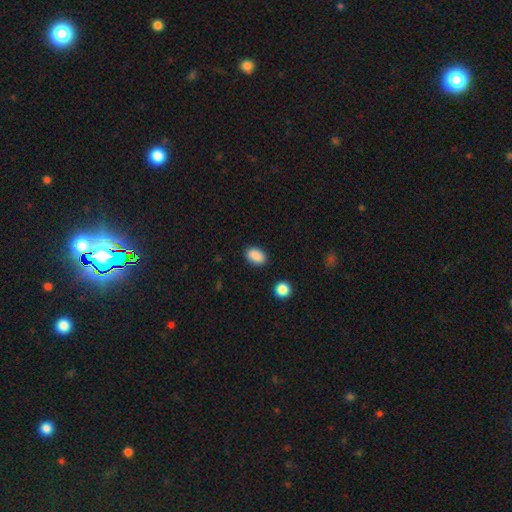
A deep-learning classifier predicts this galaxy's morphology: Q: Smooth or featured?
A: smooth (89%); runner-up: star or artifact (8%)
Q: How rounded?
A: in between (85%); runner-up: round (13%)
Q: Merging?
A: none (87%); runner-up: minor disturbance (9%)